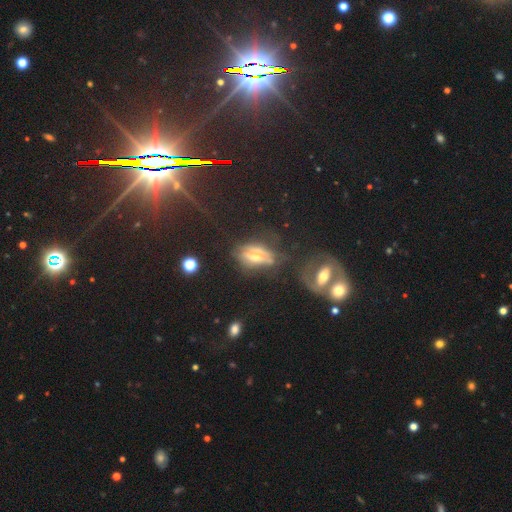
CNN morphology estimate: This is marginally a featured or disk galaxy (41%). Merging: marginally none (44%).